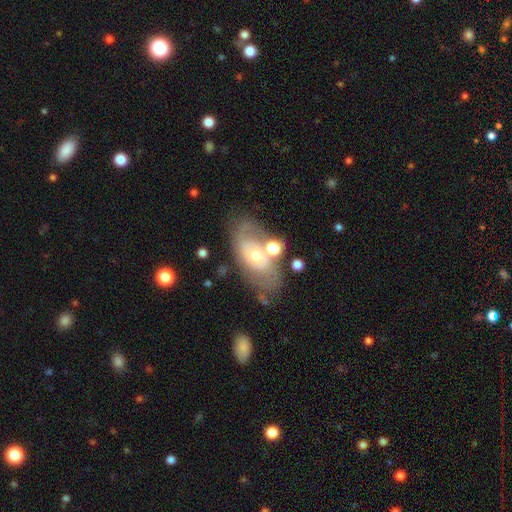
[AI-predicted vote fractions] Smooth or featured?
  - featured or disk: 61% *
  - smooth: 30%
  - star or artifact: 8%
Edge-on disk?
  - no: 91% *
  - yes: 9%
Bar?
  - no: 78% *
  - weak: 18%
  - strong: 5%
Spiral arms?
  - yes: 52% *
  - no: 48%
Bulge size?
  - moderate: 56% *
  - small: 37%
  - large: 4%
  - none: 1%
  - dominant: 1%
Merging?
  - none: 57% *
  - minor disturbance: 20%
  - merger: 12%
  - major disturbance: 11%